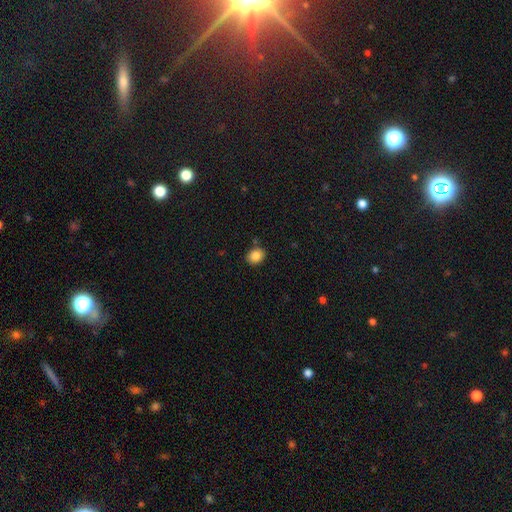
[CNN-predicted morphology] This appears to be a smooth galaxy with no disk features (85%) that is round (52%). Merging: none (84%).